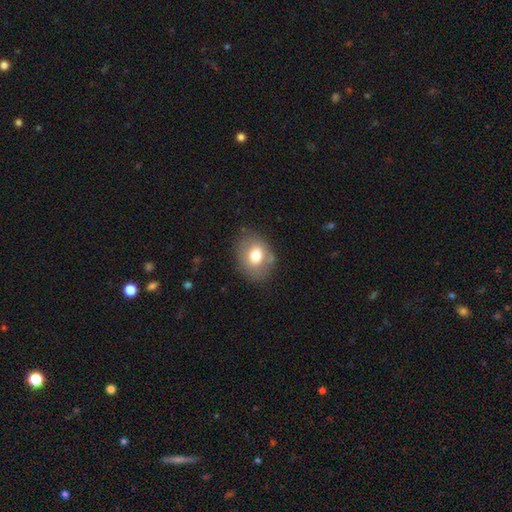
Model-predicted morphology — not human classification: smooth-or-featured: smooth: 72% | featured or disk: 19% | star or artifact: 9%
  how-rounded: in between: 55% | round: 44% | cigar-shaped: 1%
  merging: none: 73% | minor disturbance: 18% | major disturbance: 6% | merger: 3%